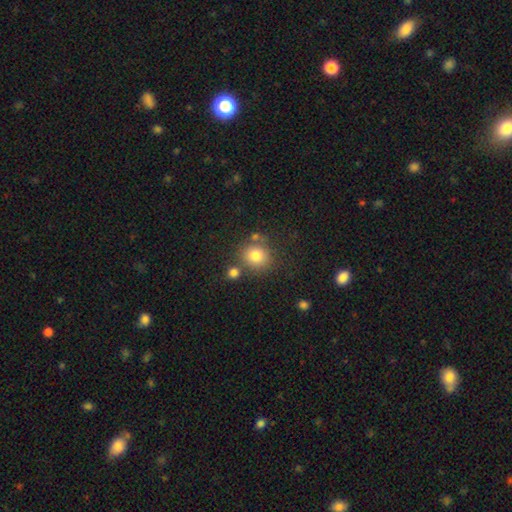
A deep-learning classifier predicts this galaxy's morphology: Smooth or featured: smooth — 80% (star or artifact — 11%)
How rounded: round — 87% (in between — 12%)
Merging: none — 70% (merger — 15%)